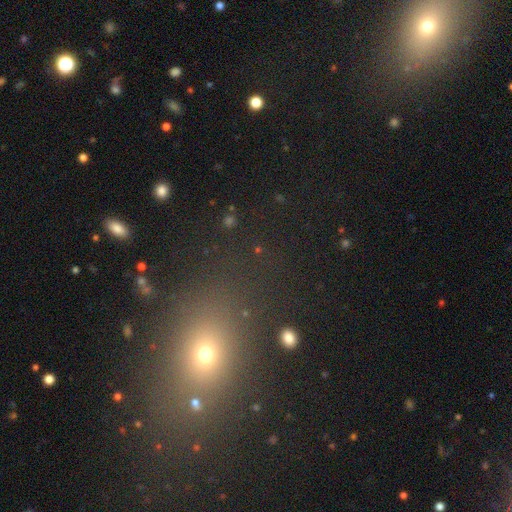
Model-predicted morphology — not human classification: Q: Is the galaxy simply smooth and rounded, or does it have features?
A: smooth — 50%.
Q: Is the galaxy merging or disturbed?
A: none — 80%.